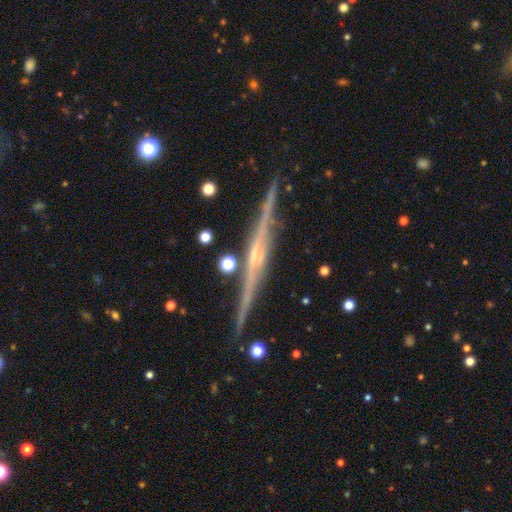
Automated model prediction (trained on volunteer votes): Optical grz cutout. It shows a featured or disk galaxy (87%) viewed edge-on (98%) with a rounded central bulge (68%). Merging: none (89%).